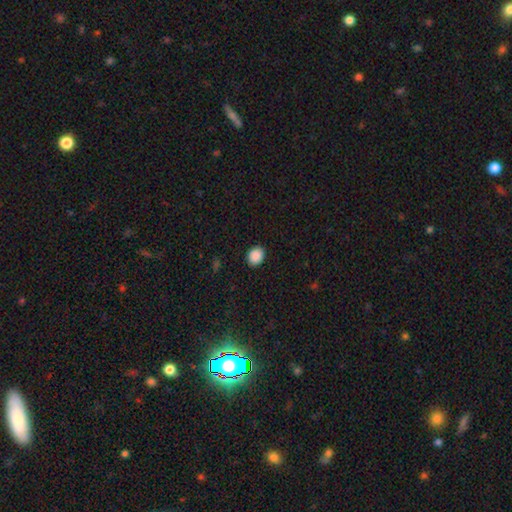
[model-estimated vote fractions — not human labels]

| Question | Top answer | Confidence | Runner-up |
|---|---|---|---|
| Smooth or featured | smooth | 89% | star or artifact (8%) |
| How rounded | round | 61% | in between (38%) |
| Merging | none | 91% | minor disturbance (6%) |